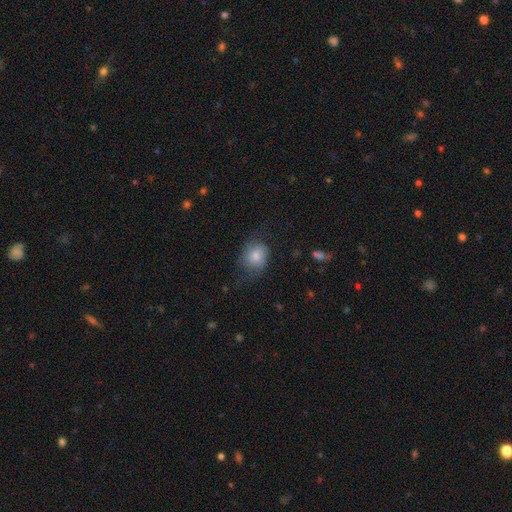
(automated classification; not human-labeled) Smooth or featured?
  - smooth: 63% *
  - featured or disk: 27%
  - star or artifact: 10%
How rounded?
  - round: 55% *
  - in between: 44%
  - cigar-shaped: 1%
Merging?
  - none: 56% *
  - minor disturbance: 26%
  - major disturbance: 16%
  - merger: 1%